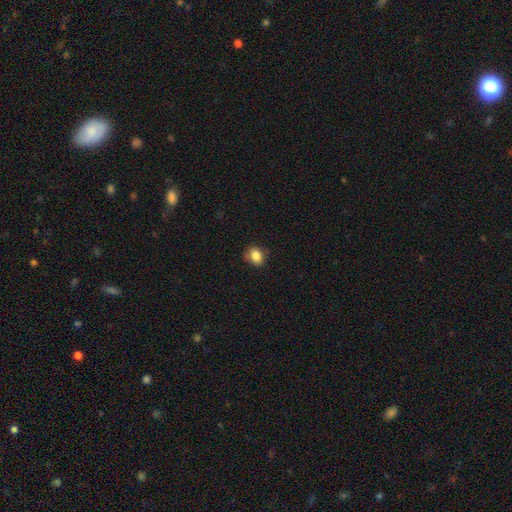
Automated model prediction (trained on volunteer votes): Smooth or featured? smooth (84%)
How rounded? in between (62%)
Merging? none (75%)